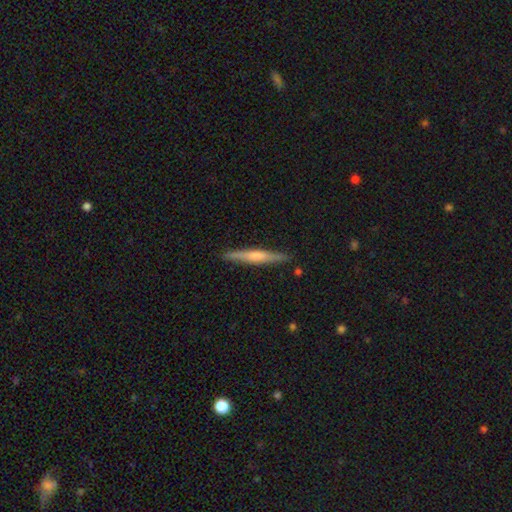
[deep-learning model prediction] smooth-or-featured: featured or disk: 59% | smooth: 36% | star or artifact: 6%
  disk-edge-on: yes: 97% | no: 3%
    edge-on-bulge: rounded: 59% | none: 23% | boxy: 19%
  merging: none: 89% | minor disturbance: 8% | major disturbance: 2% | merger: 1%